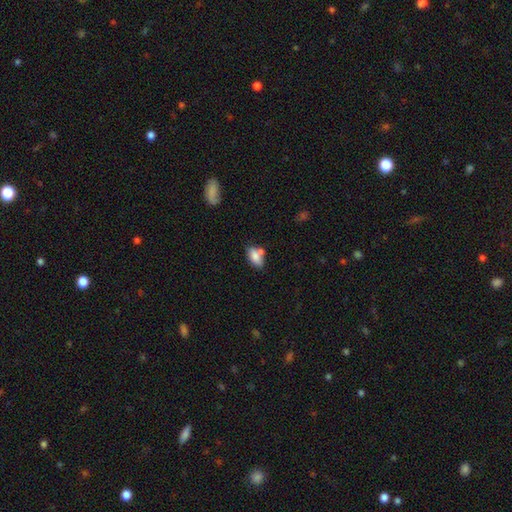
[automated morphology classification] A smooth galaxy with no disk features (79%) that is in between round and cigar-shaped (88%).

Vote fractions:
- Smooth or featured? smooth: 79% / featured or disk: 13% / star or artifact: 8%
- How rounded? in between: 88% / round: 6% / cigar-shaped: 5%
- Merging? none: 53% / merger: 24% / minor disturbance: 18% / major disturbance: 5%